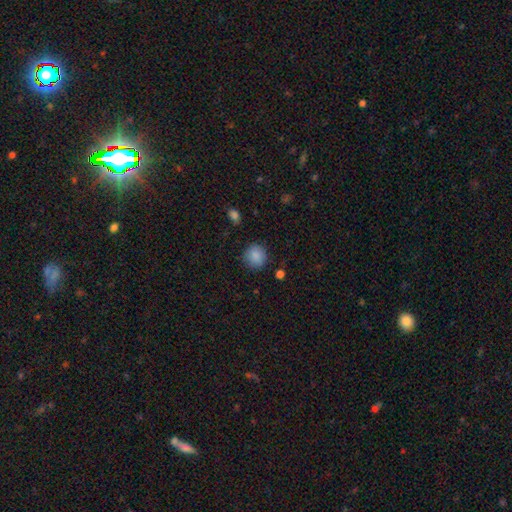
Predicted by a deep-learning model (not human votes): The model was most divided on "merging": none: 86%, minor disturbance: 10%, major disturbance: 3%, merger: 1%. More confident: how rounded — round (89%); smooth or featured — smooth (87%).